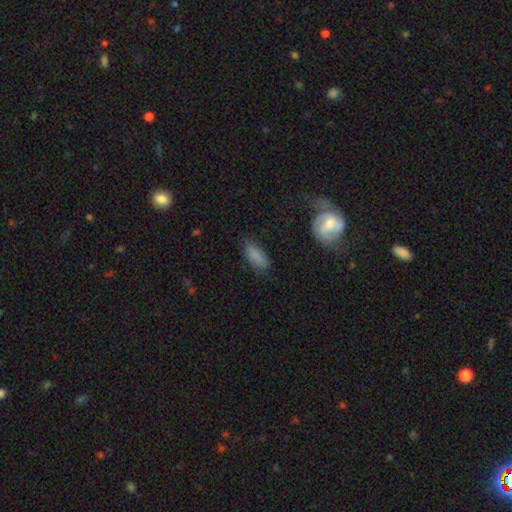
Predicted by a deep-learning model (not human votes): Morphology: type=smooth (82%); roundness=in between (78%); merging=none (69%).